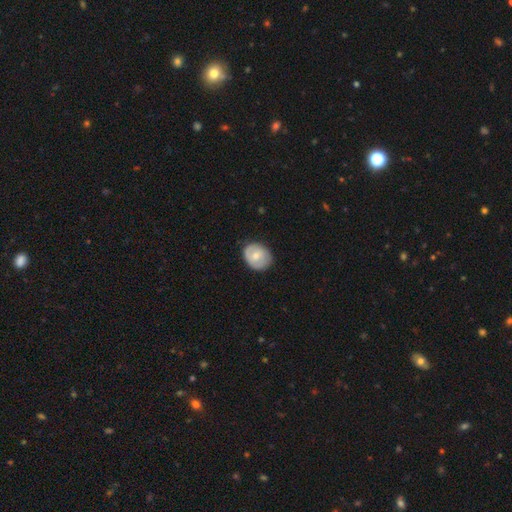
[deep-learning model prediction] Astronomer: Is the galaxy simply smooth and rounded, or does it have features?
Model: smooth — 59% (runner-up: featured or disk, 35%).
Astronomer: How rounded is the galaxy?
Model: round — 58% (runner-up: in between, 41%).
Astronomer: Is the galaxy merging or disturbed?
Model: none — 78%.